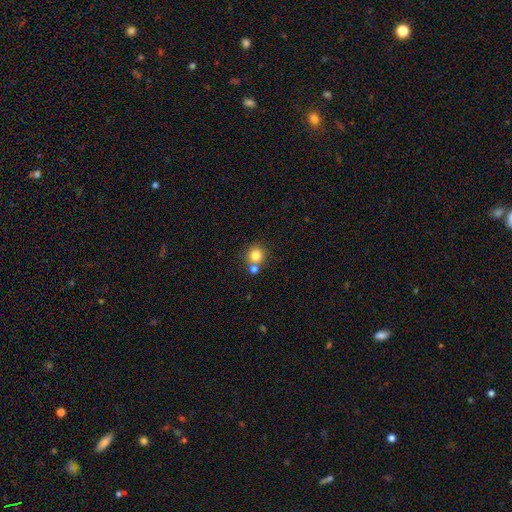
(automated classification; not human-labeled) smooth-or-featured: smooth: 81% | star or artifact: 12% | featured or disk: 8%
  how-rounded: round: 90% | in between: 9% | cigar-shaped: 1%
  merging: none: 64% | merger: 25% | minor disturbance: 8% | major disturbance: 3%